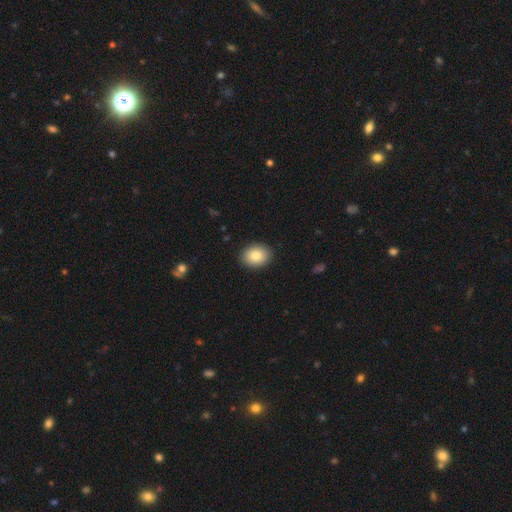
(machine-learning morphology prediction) This appears to be a smooth galaxy with no disk features (85%) that is in between round and cigar-shaped (62%). Merging: none (90%).